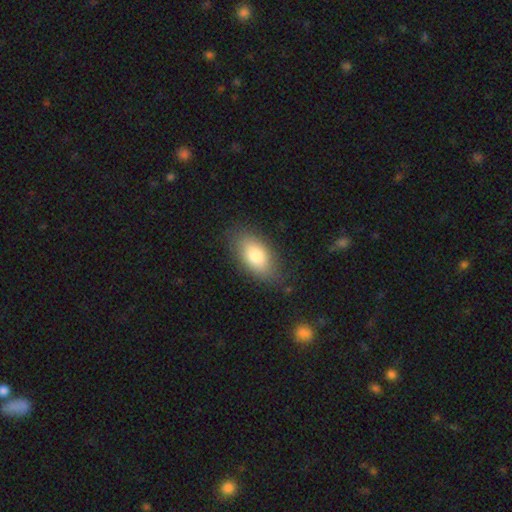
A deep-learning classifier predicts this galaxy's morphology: smooth_or_featured: smooth (p=0.81) [alt: featured or disk p=0.12]
how_rounded: in between (p=0.92) [alt: round p=0.05]
merging: none (p=0.77) [alt: minor disturbance p=0.16]